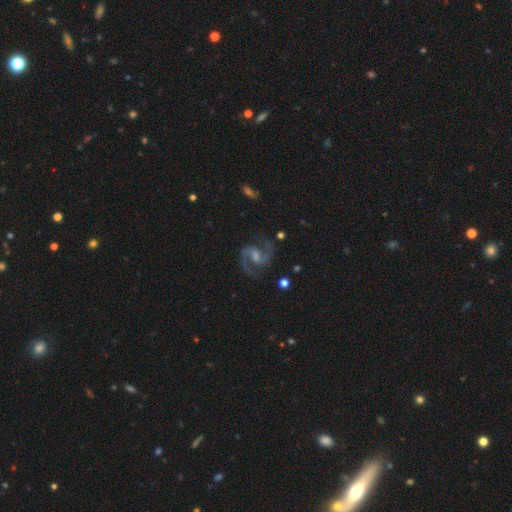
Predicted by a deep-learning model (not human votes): Smooth or featured? featured or disk (92%)
Edge-on disk? no (98%)
Bar? weak (54%)
Spiral arms? yes (98%)
Spiral winding? medium (66%)
Spiral arm count? 2 (94%)
Bulge size? small (40%)
Merging? none (81%)